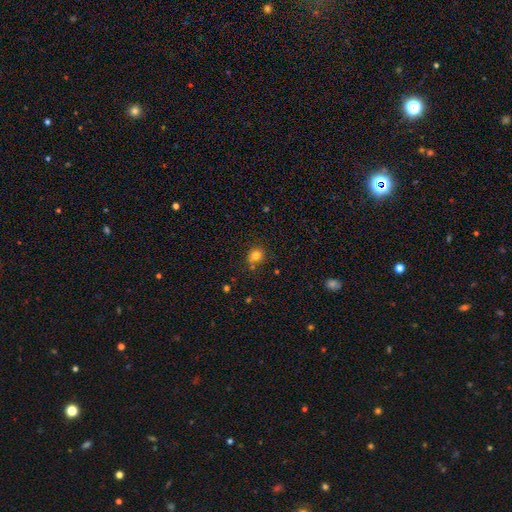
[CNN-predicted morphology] This is likely a smooth galaxy (79%). How rounded: likely round (79%). Merging: likely none (73%).